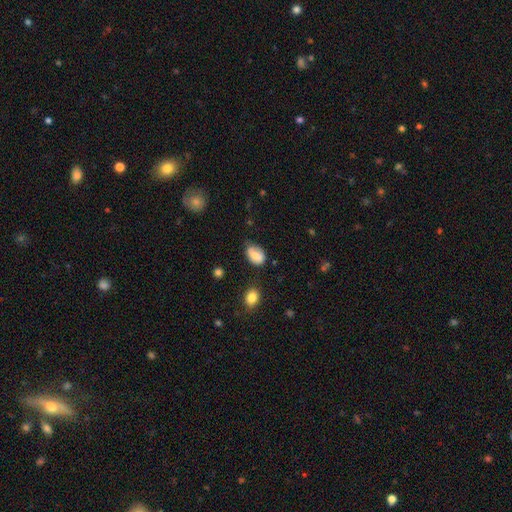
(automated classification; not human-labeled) Smooth or featured? smooth (68%)
How rounded? in between (84%)
Merging? none (59%)